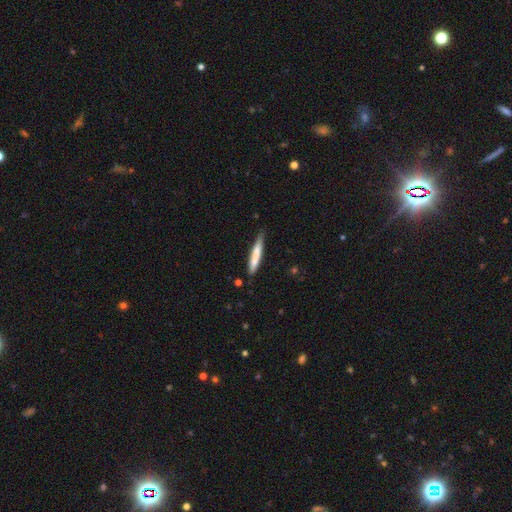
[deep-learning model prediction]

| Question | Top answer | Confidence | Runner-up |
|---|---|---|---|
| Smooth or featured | smooth | 70% | featured or disk (25%) |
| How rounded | cigar-shaped | 93% | in between (6%) |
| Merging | none | 75% | minor disturbance (20%) |